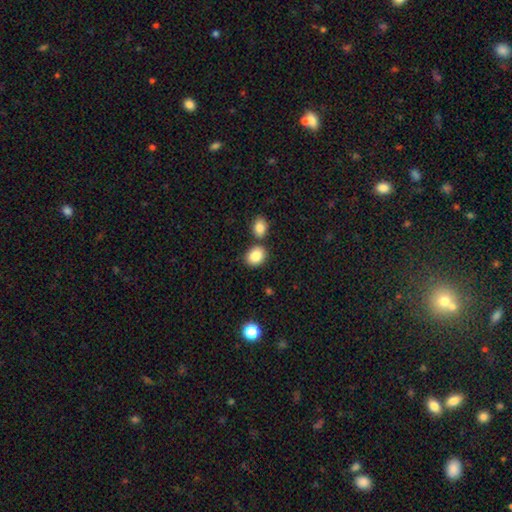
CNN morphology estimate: Overall: smooth (87%). How rounded: in between (53%; round 46%). Merging: none (67%).